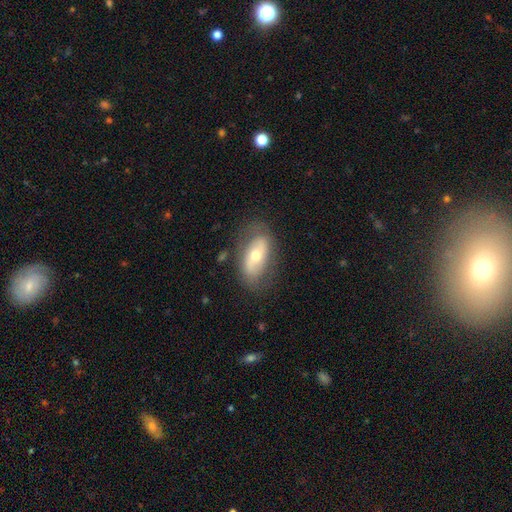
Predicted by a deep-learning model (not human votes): A featured or disk galaxy (47%). Merging: none (74%).